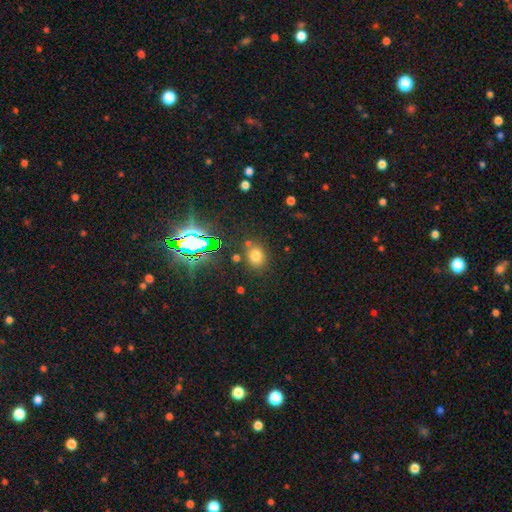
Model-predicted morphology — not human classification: A smooth galaxy with no disk features (69%) that is round (57%).

Vote fractions:
- Smooth or featured? smooth: 69% / star or artifact: 23% / featured or disk: 8%
- How rounded? round: 57% / in between: 42% / cigar-shaped: 1%
- Merging? none: 77% / minor disturbance: 11% / merger: 7% / major disturbance: 4%